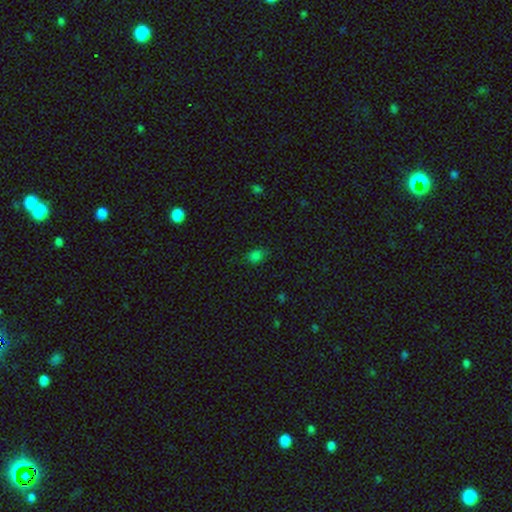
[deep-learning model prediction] A smooth galaxy with no disk features (77%) that is in between round and cigar-shaped (59%).

Vote fractions:
- Smooth or featured? smooth: 77% / star or artifact: 19% / featured or disk: 5%
- How rounded? in between: 59% / round: 40% / cigar-shaped: 2%
- Merging? none: 72% / minor disturbance: 21% / major disturbance: 5% / merger: 2%